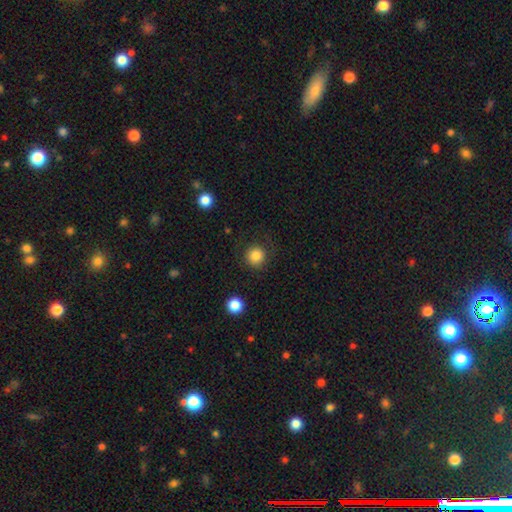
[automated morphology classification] type=smooth (84%); roundness=round (95%); merging=none (86%).